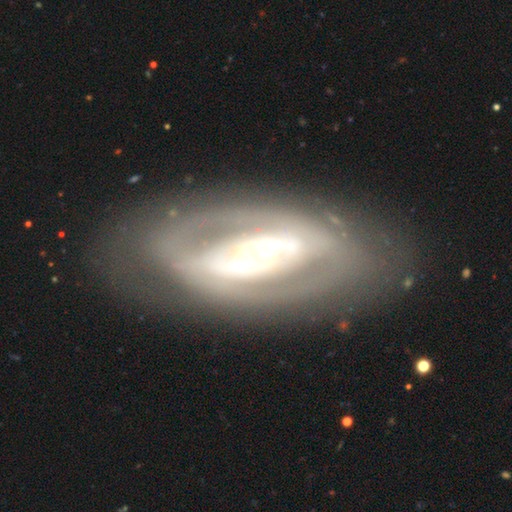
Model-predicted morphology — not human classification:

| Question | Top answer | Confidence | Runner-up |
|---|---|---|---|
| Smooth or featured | featured or disk | 82% | smooth (13%) |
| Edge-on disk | no | 88% | yes (12%) |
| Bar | strong | 50% | weak (25%) |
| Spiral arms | yes | 54% | no (46%) |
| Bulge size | moderate | 55% | small (32%) |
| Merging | none | 80% | minor disturbance (12%) |